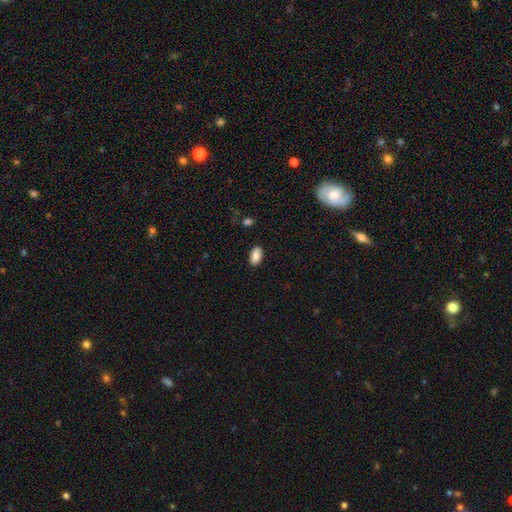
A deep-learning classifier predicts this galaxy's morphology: smooth_or_featured: smooth (p=0.87) [alt: star or artifact p=0.07]
how_rounded: in between (p=0.93) [alt: round p=0.04]
merging: none (p=0.87) [alt: minor disturbance p=0.09]